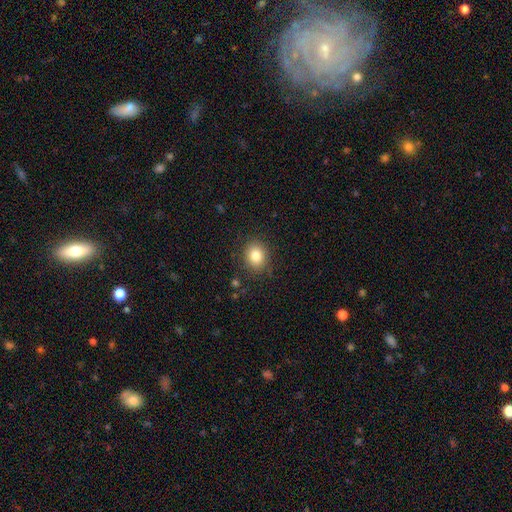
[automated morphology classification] Smooth or featured? Predicted: smooth (p=0.82). How rounded? Predicted: round (p=0.68). Merging? Predicted: none (p=0.87).